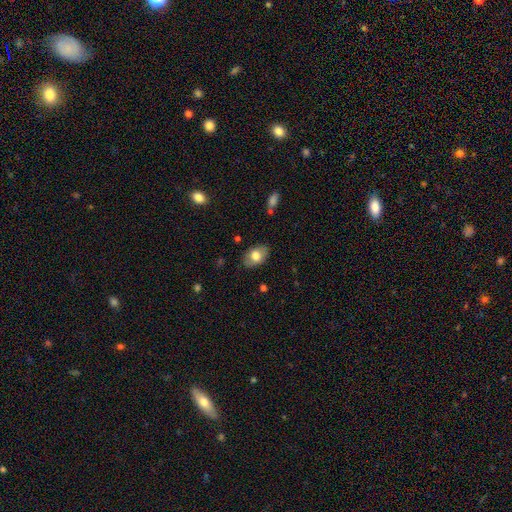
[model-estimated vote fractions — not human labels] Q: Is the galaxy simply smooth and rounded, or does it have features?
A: smooth — 73%.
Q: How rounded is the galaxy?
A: in between — 86%.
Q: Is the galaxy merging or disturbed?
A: none — 83%.